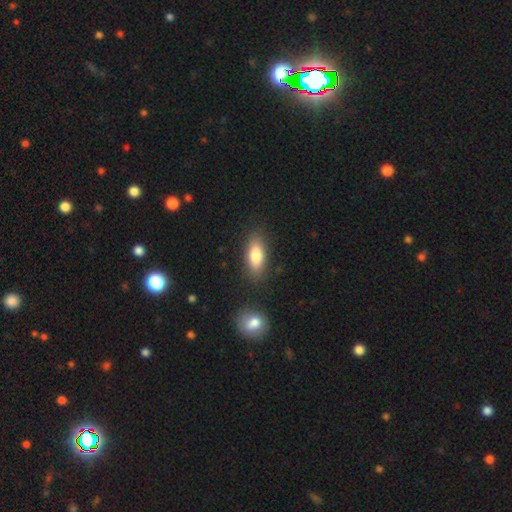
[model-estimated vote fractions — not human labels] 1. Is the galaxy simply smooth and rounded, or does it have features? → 81% smooth, 12% featured or disk, 7% star or artifact.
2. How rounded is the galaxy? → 79% in between, 18% cigar-shaped, 3% round.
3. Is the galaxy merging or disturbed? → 84% none, 10% minor disturbance, 3% merger, 3% major disturbance.